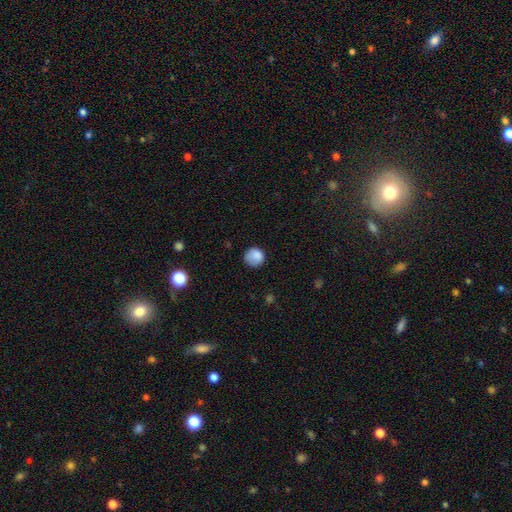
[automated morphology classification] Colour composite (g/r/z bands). It shows a smooth galaxy with no disk features (85%) that is round (88%). Merging: none (73%).